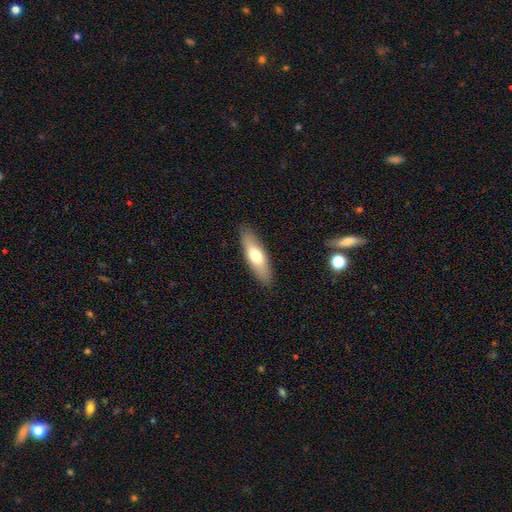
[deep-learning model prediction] Smooth or featured: smooth — 65% (featured or disk — 29%)
How rounded: cigar-shaped — 50% (in between — 48%)
Merging: none — 88% (minor disturbance — 9%)